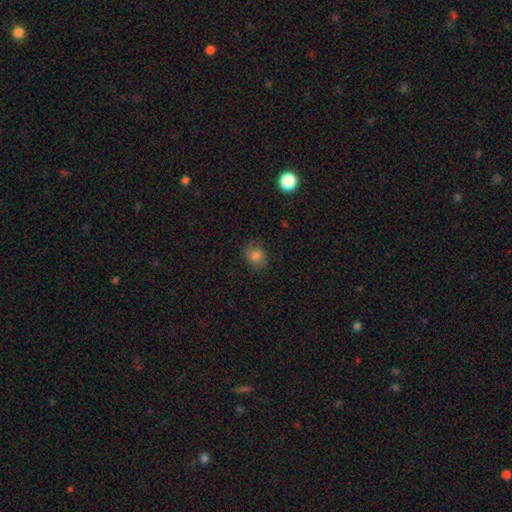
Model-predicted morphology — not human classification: type=smooth (74%); roundness=round (61%); merging=none (75%).